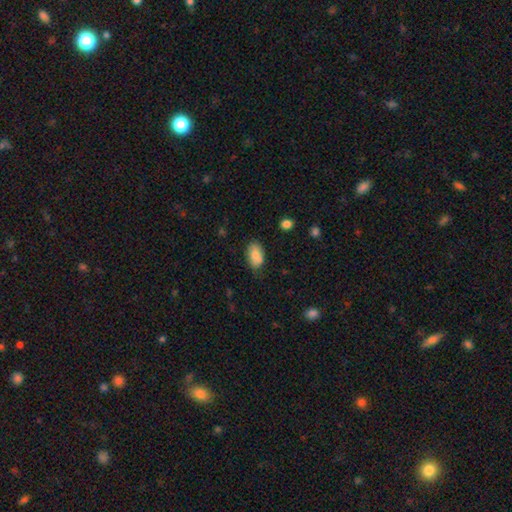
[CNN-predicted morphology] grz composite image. It shows a smooth galaxy with no disk features (80%) that is in between round and cigar-shaped (92%). Merging: none (73%).